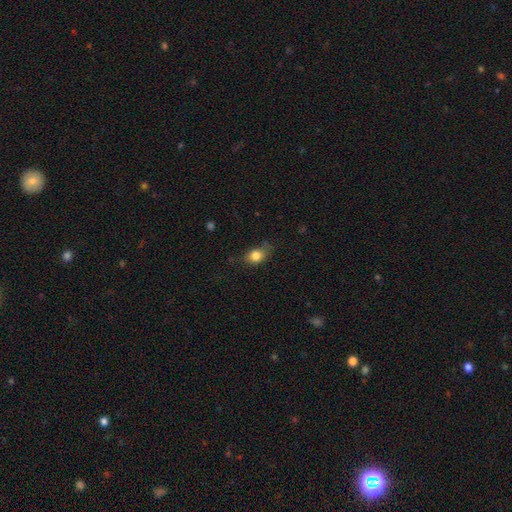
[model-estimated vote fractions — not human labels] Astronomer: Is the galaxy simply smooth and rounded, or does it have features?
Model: smooth — 81%.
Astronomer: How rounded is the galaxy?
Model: in between — 64%.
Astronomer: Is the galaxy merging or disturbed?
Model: none — 58%.